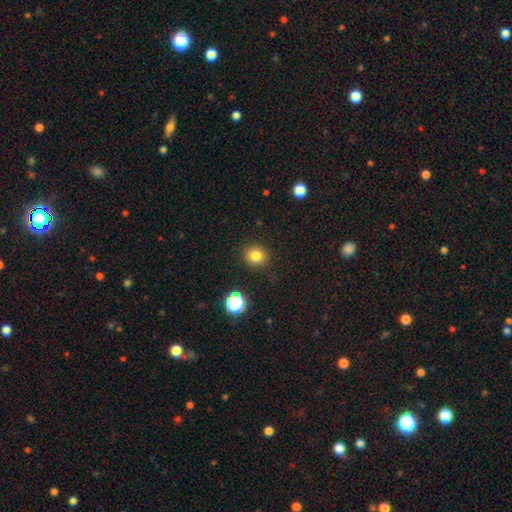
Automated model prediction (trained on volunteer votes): A smooth galaxy with no disk features (81%) that is round (86%). Merging: none (89%).